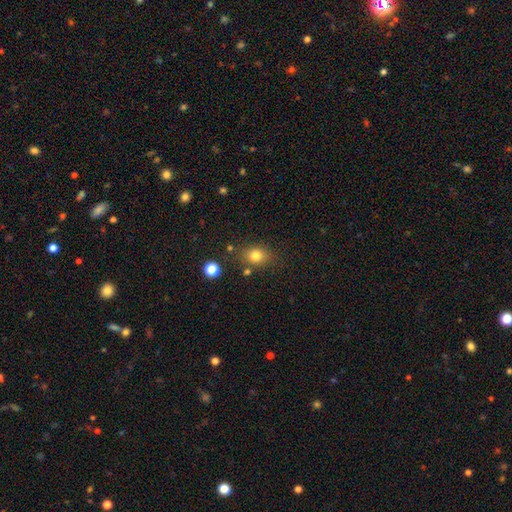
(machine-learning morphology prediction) The model was most divided on "how rounded": round: 53%, in between: 46%, cigar-shaped: 1%. More confident: smooth or featured — smooth (79%); merging — none (76%).